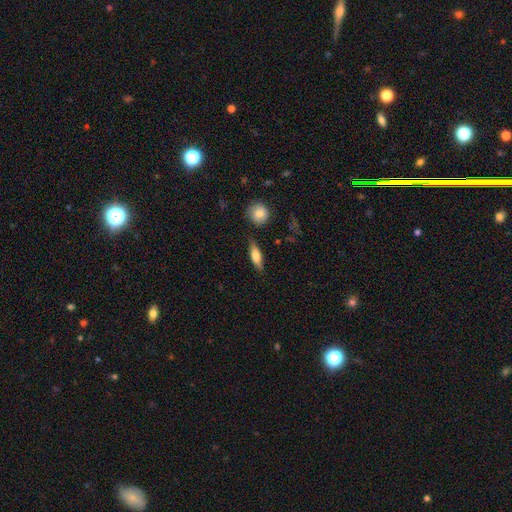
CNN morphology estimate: Smooth or featured? Predicted: smooth (p=0.69). How rounded? Predicted: in between (p=0.53). Merging? Predicted: none (p=0.81).